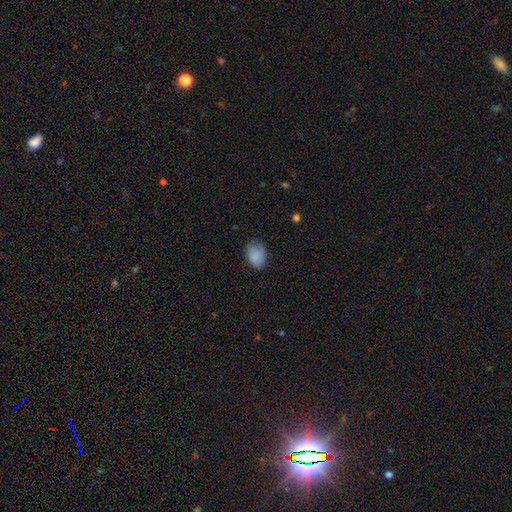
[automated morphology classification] Smooth or featured?
  - smooth: 85% *
  - star or artifact: 8%
  - featured or disk: 7%
How rounded?
  - in between: 74% *
  - round: 25%
  - cigar-shaped: 1%
Merging?
  - none: 70% *
  - minor disturbance: 23%
  - major disturbance: 5%
  - merger: 1%